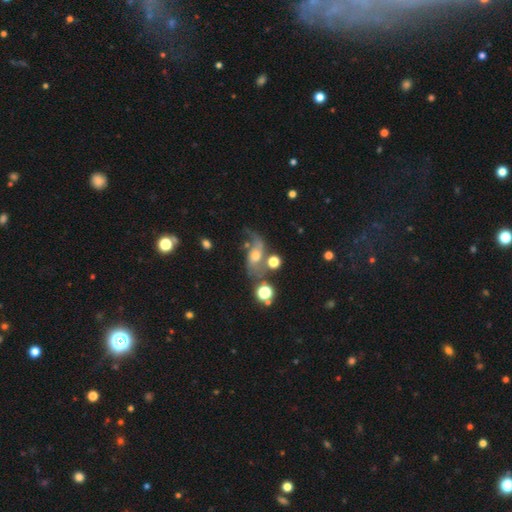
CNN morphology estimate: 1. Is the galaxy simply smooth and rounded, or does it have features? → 66% featured or disk, 20% smooth, 14% star or artifact.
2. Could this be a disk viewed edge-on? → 94% no, 6% yes.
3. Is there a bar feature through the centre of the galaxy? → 58% no, 33% weak, 8% strong.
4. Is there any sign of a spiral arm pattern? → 87% yes, 13% no.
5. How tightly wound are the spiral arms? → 75% loose, 19% medium, 5% tight.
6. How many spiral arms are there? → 75% 2, 15% 1, 6% can't tell, 1% 3, 1% 4, 1% more than 4.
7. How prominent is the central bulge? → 49% moderate, 30% small, 11% large, 8% none, 2% dominant.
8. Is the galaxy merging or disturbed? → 41% none, 25% major disturbance, 20% minor disturbance, 14% merger.